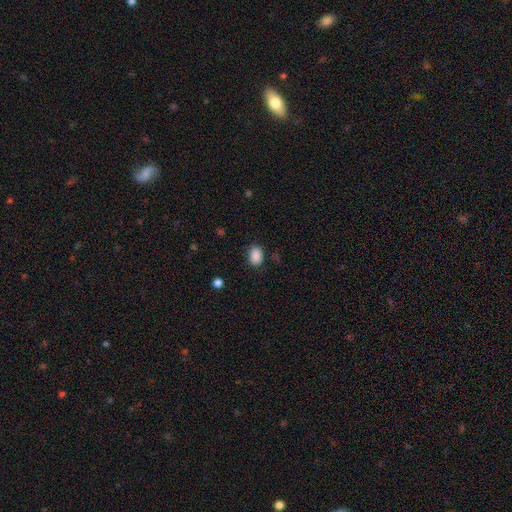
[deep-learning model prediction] Overall: smooth (88%). How rounded: in between (79%). Merging: none (83%).